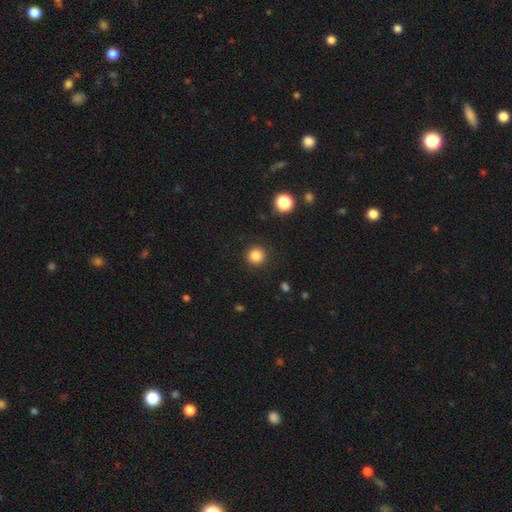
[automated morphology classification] The model was most divided on "smooth or featured": smooth: 84%, star or artifact: 12%, featured or disk: 4%. More confident: how rounded — round (95%); merging — none (89%).